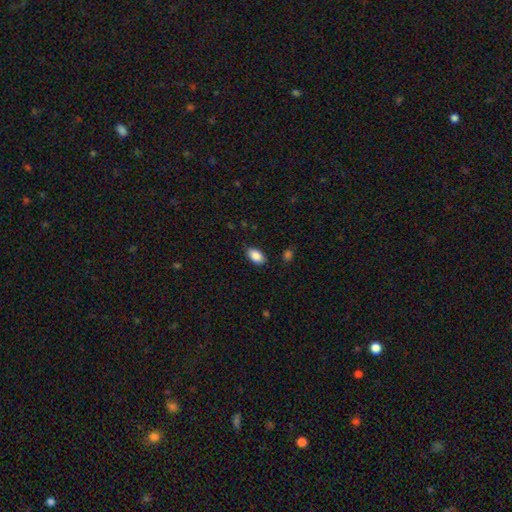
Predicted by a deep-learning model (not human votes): Smooth or featured?
  - smooth: 88% *
  - star or artifact: 7%
  - featured or disk: 5%
How rounded?
  - in between: 92% *
  - round: 6%
  - cigar-shaped: 2%
Merging?
  - none: 81% *
  - minor disturbance: 15%
  - major disturbance: 3%
  - merger: 1%